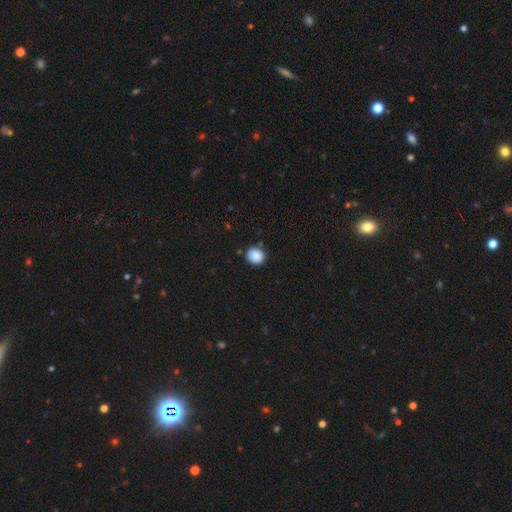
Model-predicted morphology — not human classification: Smooth or featured? Predicted: smooth (p=0.88). How rounded? Predicted: round (p=0.87). Merging? Predicted: none (p=0.86).